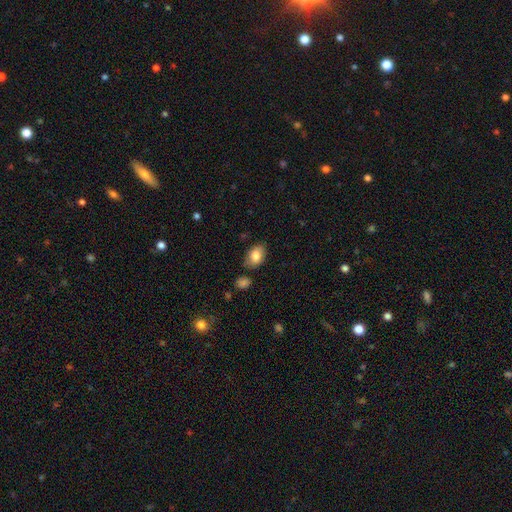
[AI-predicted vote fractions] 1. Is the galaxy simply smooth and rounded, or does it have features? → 82% smooth, 11% featured or disk, 7% star or artifact.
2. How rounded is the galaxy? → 84% in between, 14% round, 1% cigar-shaped.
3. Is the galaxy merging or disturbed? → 76% none, 17% minor disturbance, 4% merger, 4% major disturbance.